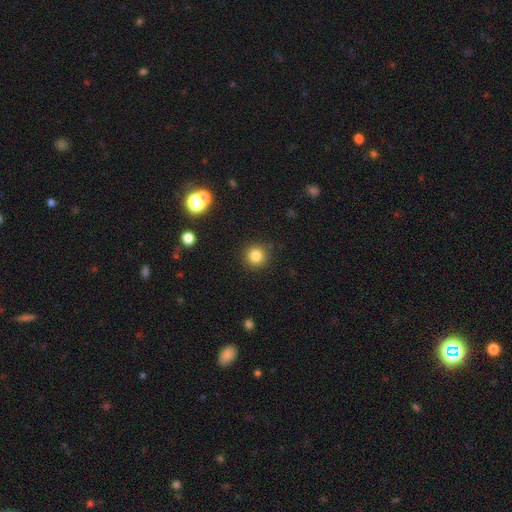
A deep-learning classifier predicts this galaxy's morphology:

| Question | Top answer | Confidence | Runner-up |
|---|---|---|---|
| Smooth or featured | smooth | 83% | star or artifact (12%) |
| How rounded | round | 94% | in between (5%) |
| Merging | none | 90% | minor disturbance (7%) |